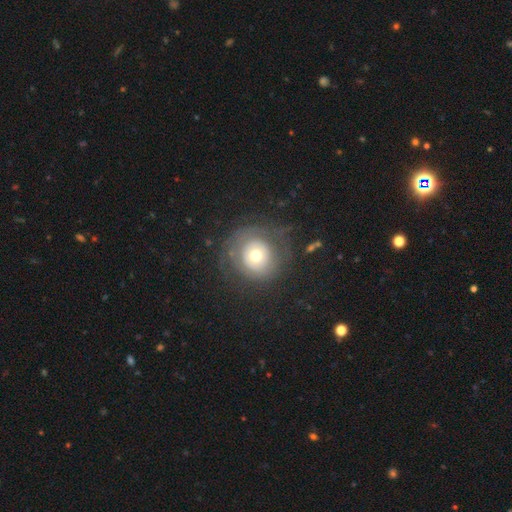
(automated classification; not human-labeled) smooth-or-featured: featured or disk: 47% | smooth: 43% | star or artifact: 9%
  merging: none: 69% | minor disturbance: 15% | major disturbance: 14% | merger: 2%